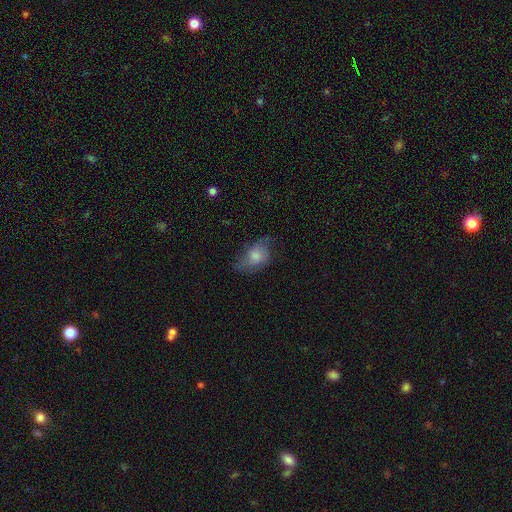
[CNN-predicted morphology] The model was most divided on "smooth or featured": smooth: 56%, featured or disk: 35%, star or artifact: 9%. More confident: how rounded — in between (81%); merging — none (53%).